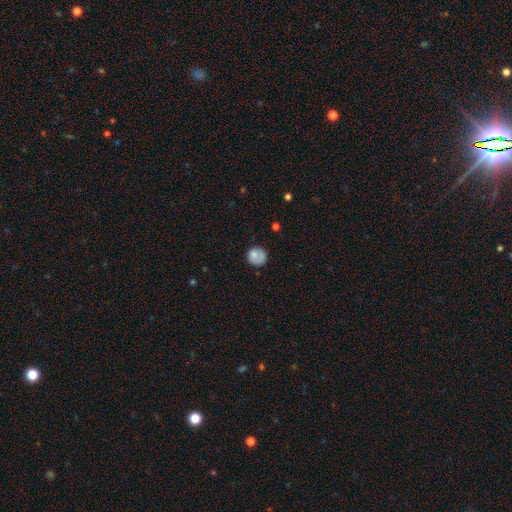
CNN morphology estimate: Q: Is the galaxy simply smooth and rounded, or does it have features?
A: smooth — 78%.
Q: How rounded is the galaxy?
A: round — 87%.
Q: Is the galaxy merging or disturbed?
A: none — 69%.